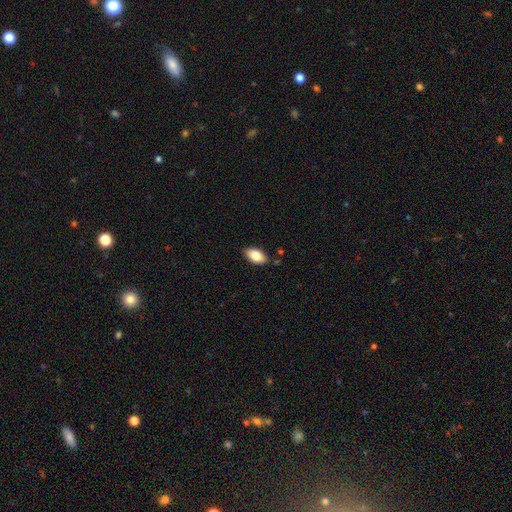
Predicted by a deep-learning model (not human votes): A smooth galaxy with no disk features (82%) that is in between round and cigar-shaped (92%). Merging: none (83%).